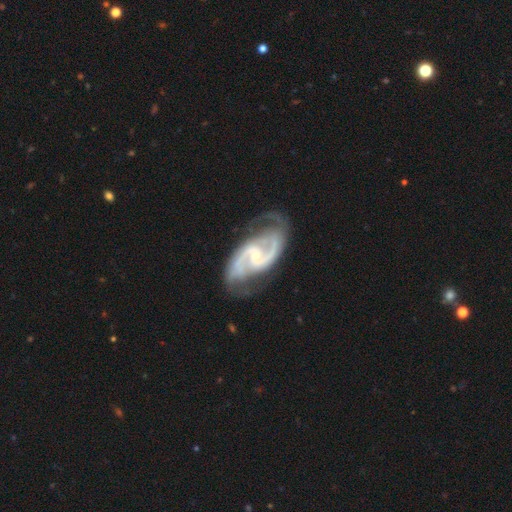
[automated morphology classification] Overall: featured or disk (92%). Edge-on disk: no (97%). Bar: weak (45%; no 36%). Spiral arms: yes (98%). Spiral arm count: 2 (90%). Spiral winding: medium (59%; tight 21%). Bulge size: small (72%). Merging: none (72%).